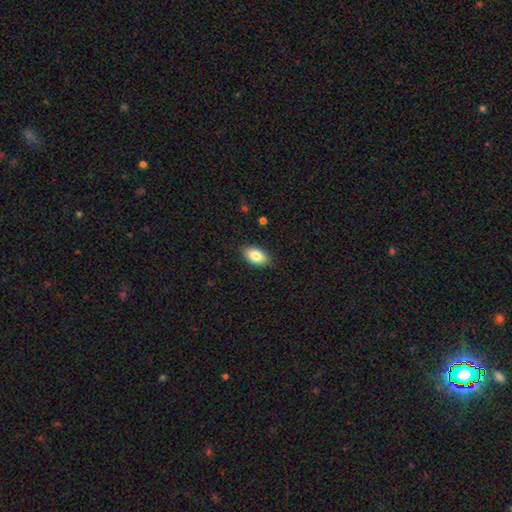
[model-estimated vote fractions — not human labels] smooth-or-featured: smooth: 84% | featured or disk: 9% | star or artifact: 7%
  how-rounded: in between: 93% | round: 5% | cigar-shaped: 2%
  merging: none: 87% | minor disturbance: 10% | major disturbance: 2% | merger: 1%